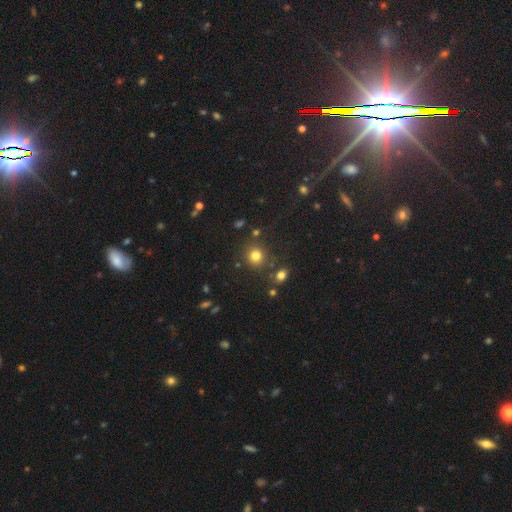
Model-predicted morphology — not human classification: Smooth or featured? smooth (78%)
How rounded? round (88%)
Merging? none (80%)